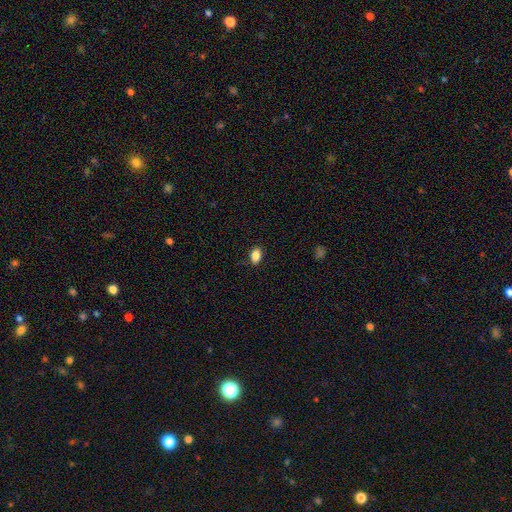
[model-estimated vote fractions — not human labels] smooth_or_featured: smooth (p=0.86) [alt: star or artifact p=0.09]
how_rounded: in between (p=0.84) [alt: round p=0.14]
merging: none (p=0.85) [alt: minor disturbance p=0.12]